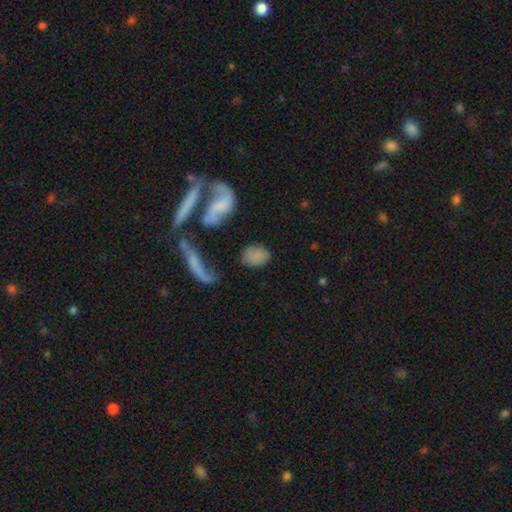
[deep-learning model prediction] Smooth or featured?
  - smooth: 77% *
  - featured or disk: 14%
  - star or artifact: 9%
How rounded?
  - in between: 78% *
  - round: 19%
  - cigar-shaped: 3%
Merging?
  - none: 68% *
  - minor disturbance: 16%
  - major disturbance: 9%
  - merger: 7%